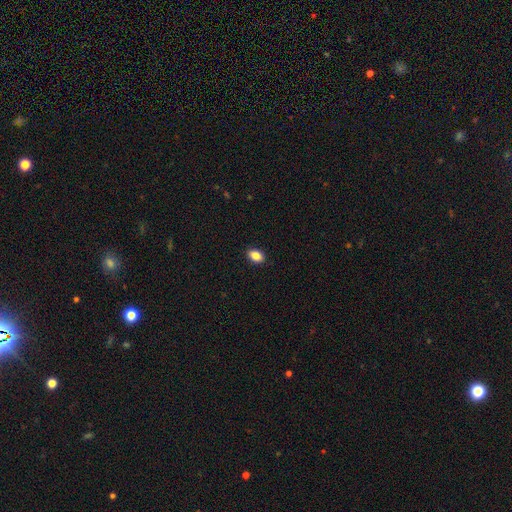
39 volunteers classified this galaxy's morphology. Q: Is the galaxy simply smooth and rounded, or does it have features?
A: smooth — 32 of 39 (82%).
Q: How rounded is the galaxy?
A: in between — 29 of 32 (91%).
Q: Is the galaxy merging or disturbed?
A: none — 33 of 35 (94%).